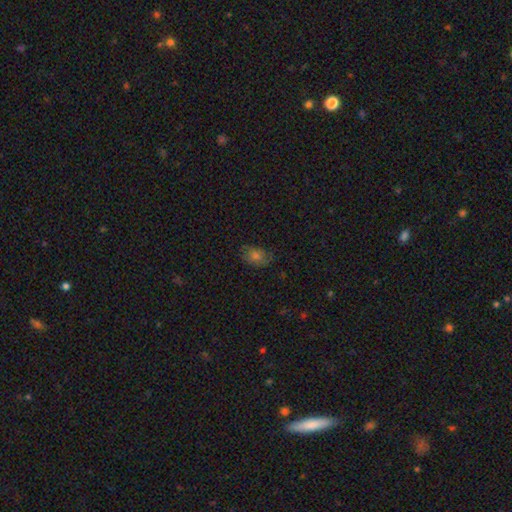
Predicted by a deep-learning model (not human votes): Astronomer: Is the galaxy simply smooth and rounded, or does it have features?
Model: smooth — 64%.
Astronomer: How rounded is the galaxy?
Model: in between — 74%.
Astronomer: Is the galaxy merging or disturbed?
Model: none — 74%.